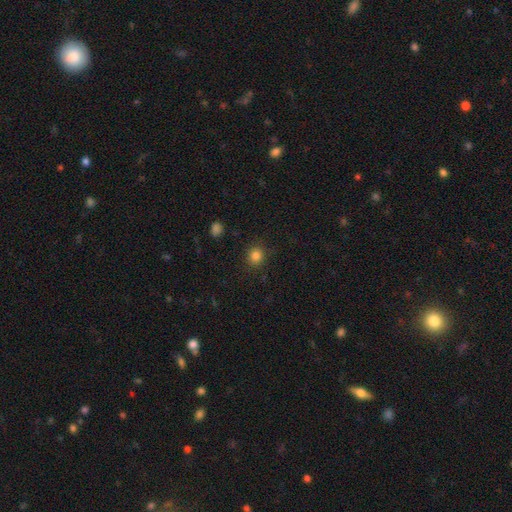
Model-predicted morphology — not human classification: type=smooth (83%); roundness=round (83%); merging=none (89%).